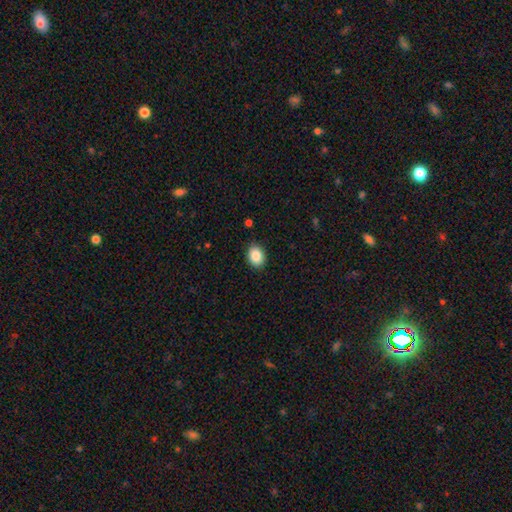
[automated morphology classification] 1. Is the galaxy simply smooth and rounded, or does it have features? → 87% smooth, 8% star or artifact, 5% featured or disk.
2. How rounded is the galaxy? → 67% in between, 32% round, 1% cigar-shaped.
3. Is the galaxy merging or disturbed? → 88% none, 9% minor disturbance, 2% major disturbance, 1% merger.